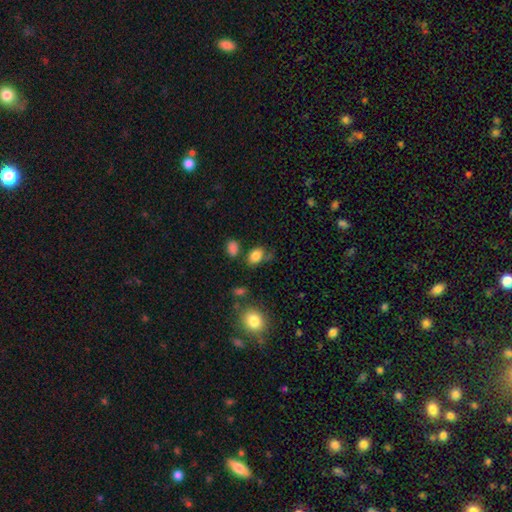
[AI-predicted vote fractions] smooth 83%, star or artifact 10%, featured or disk 6%. Down the decision tree: how rounded — in between (77%); merging — none (64%).